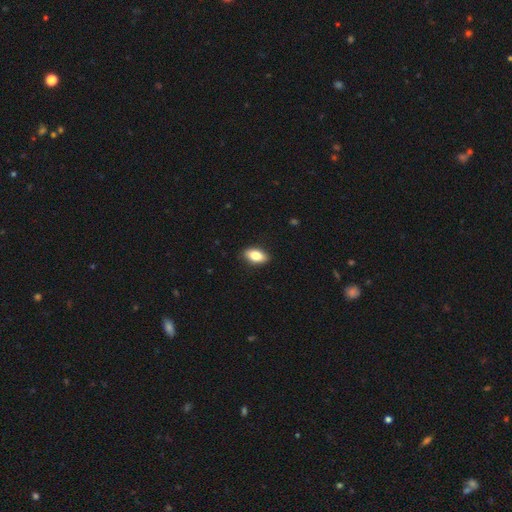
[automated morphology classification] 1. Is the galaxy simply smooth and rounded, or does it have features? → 81% smooth, 12% featured or disk, 7% star or artifact.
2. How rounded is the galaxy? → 90% in between, 5% cigar-shaped, 5% round.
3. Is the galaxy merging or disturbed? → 89% none, 8% minor disturbance, 2% major disturbance, 1% merger.